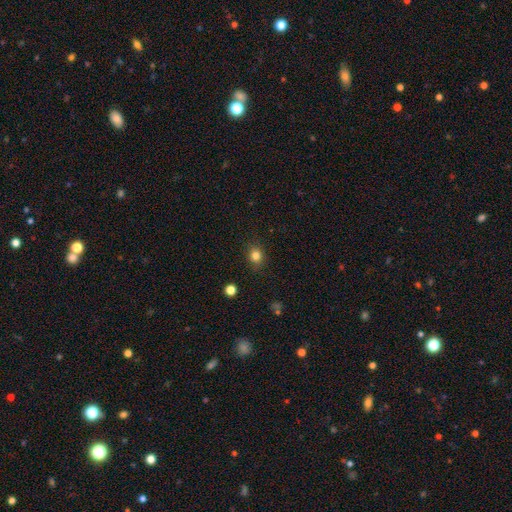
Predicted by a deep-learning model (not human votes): Overall: smooth (82%). How rounded: round (70%). Merging: none (87%).